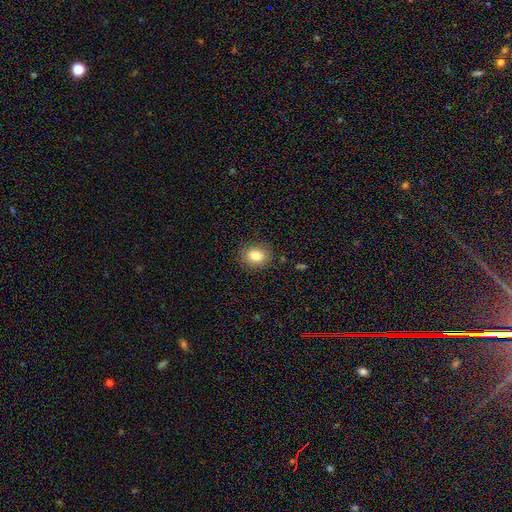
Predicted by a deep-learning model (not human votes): smooth-or-featured: smooth: 81% | star or artifact: 10% | featured or disk: 9%
  how-rounded: round: 56% | in between: 43% | cigar-shaped: 1%
  merging: none: 85% | minor disturbance: 10% | major disturbance: 3% | merger: 1%